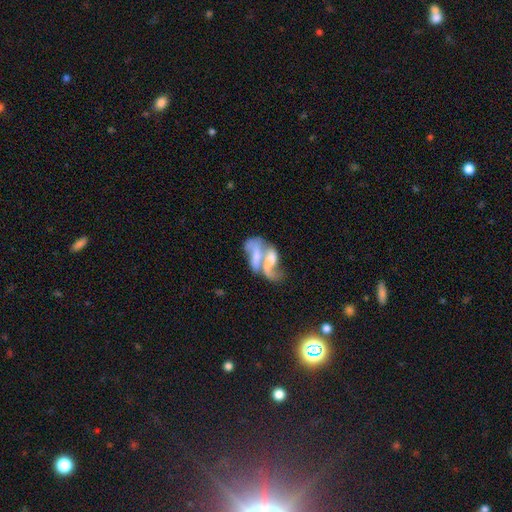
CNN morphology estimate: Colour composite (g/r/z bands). It shows a featured or disk galaxy (59%) with no bar (58%), spiral arms (51%) and no central bulge (36%). Merging: merger (68%).